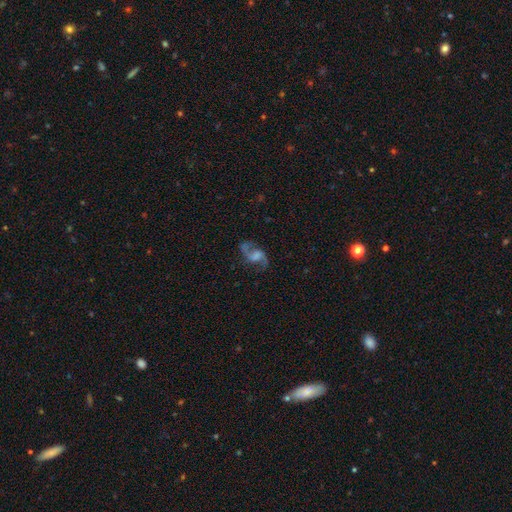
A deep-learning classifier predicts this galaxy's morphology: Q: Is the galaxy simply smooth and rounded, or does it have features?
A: featured or disk — 81%.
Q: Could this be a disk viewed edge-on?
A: no — 97%.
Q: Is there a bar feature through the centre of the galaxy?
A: weak — 45%.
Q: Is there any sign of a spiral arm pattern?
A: yes — 95%.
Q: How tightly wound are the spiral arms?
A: loose — 66%.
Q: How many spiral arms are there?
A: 2 — 92%.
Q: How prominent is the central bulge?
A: none — 46%.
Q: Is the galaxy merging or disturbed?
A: none — 70%.